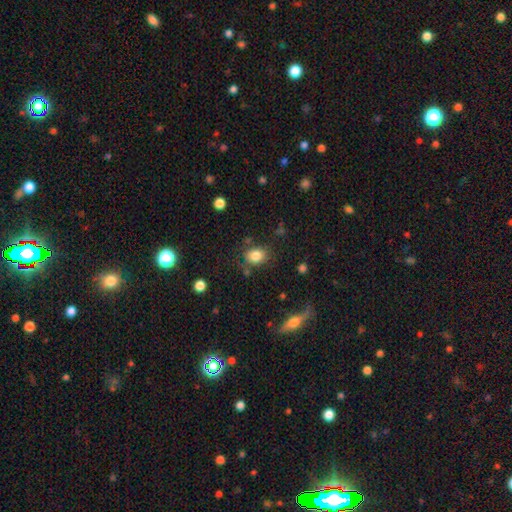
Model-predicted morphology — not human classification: Smooth or featured: smooth — 82% (star or artifact — 10%)
How rounded: in between — 53% (round — 45%)
Merging: none — 76% (minor disturbance — 14%)